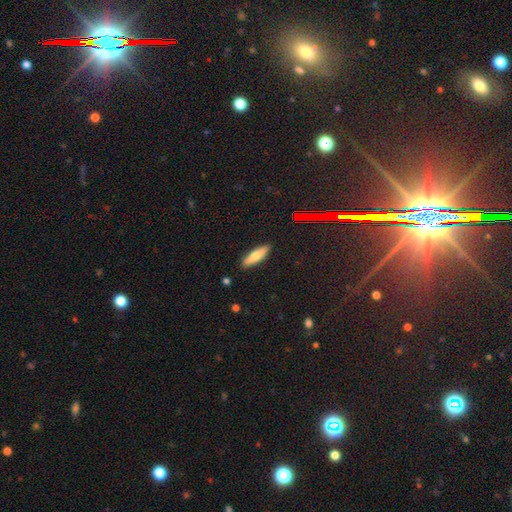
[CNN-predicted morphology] smooth-or-featured: smooth: 66% | featured or disk: 26% | star or artifact: 7%
  how-rounded: cigar-shaped: 62% | in between: 36% | round: 2%
  merging: none: 89% | minor disturbance: 8% | major disturbance: 2% | merger: 1%